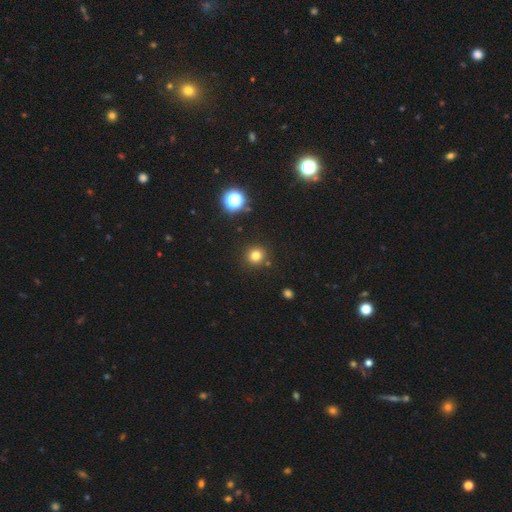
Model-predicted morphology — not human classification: Smooth or featured?
  - smooth: 78% *
  - star or artifact: 16%
  - featured or disk: 6%
How rounded?
  - round: 92% *
  - in between: 7%
  - cigar-shaped: 1%
Merging?
  - none: 88% *
  - minor disturbance: 6%
  - merger: 3%
  - major disturbance: 2%